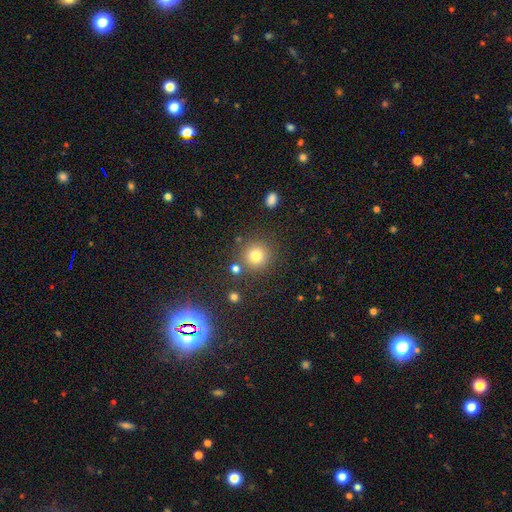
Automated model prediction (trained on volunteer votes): smooth 79%, star or artifact 14%, featured or disk 7%. Down the decision tree: how rounded — round (93%); merging — none (82%).